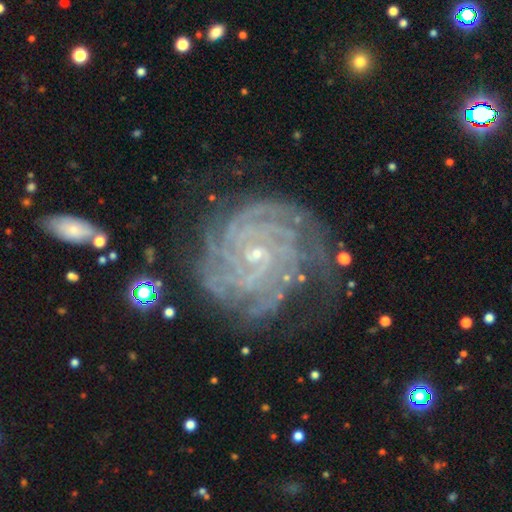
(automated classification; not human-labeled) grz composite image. It shows a featured or disk galaxy (90%) with no bar (64%), 4 (27%) tight (82%) spiral arms (98%) and a small central bulge (84%). Merging: none (68%).